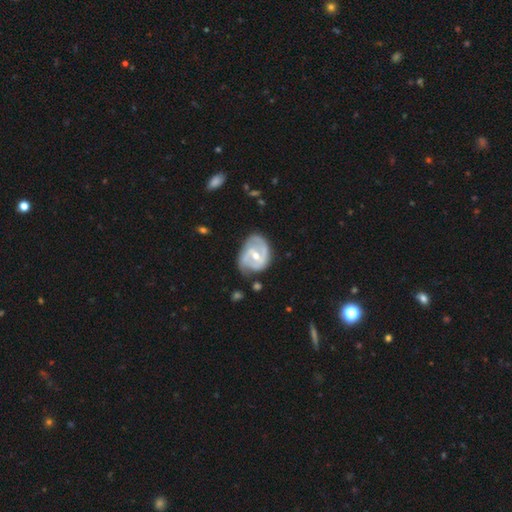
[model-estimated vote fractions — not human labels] smooth-or-featured: featured or disk: 82% | smooth: 14% | star or artifact: 5%
  disk-edge-on: no: 97% | yes: 3%
    bar: weak: 49% | no: 26% | strong: 25%
    has-spiral-arms: yes: 89% | no: 11%
      spiral-winding: medium: 43% | tight: 38% | loose: 19%
      spiral-arm-count: 2: 69% | can't tell: 14% | 3: 8% | 1: 6% | 4: 2% | more than 4: 2%
    bulge-size: moderate: 61% | small: 35% | large: 2% | none: 1% | dominant: 1%
  merging: none: 57% | minor disturbance: 29% | major disturbance: 12% | merger: 3%